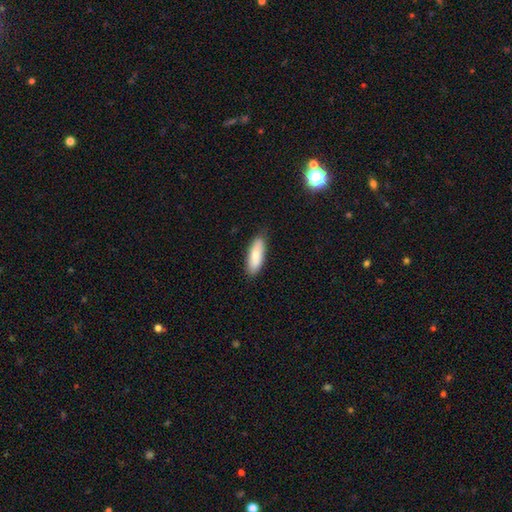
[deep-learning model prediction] smooth_or_featured: smooth (p=0.81) [alt: featured or disk p=0.13]
how_rounded: in between (p=0.60) [alt: cigar-shaped p=0.39]
merging: none (p=0.85) [alt: minor disturbance p=0.12]